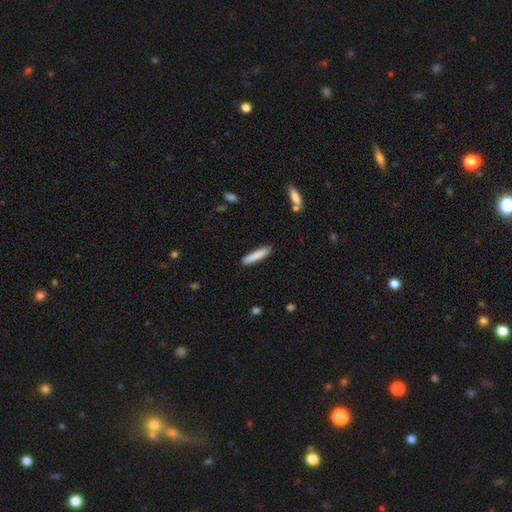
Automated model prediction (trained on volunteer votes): smooth_or_featured: smooth (p=0.83) [alt: featured or disk p=0.11]
how_rounded: cigar-shaped (p=0.91) [alt: in between p=0.08]
merging: none (p=0.89) [alt: minor disturbance p=0.08]